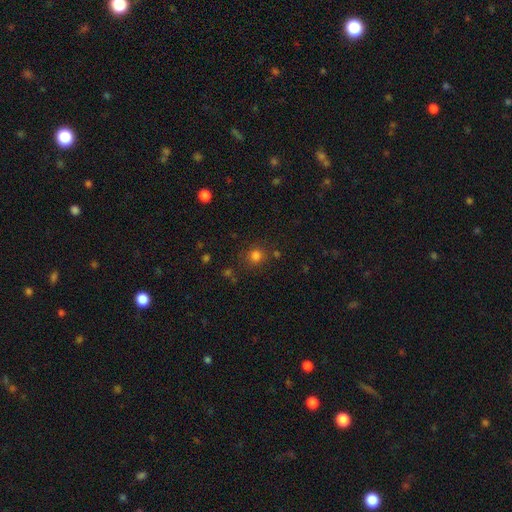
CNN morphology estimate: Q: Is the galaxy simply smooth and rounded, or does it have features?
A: smooth — 79%.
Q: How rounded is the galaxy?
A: round — 87%.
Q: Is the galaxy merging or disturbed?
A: none — 80%.